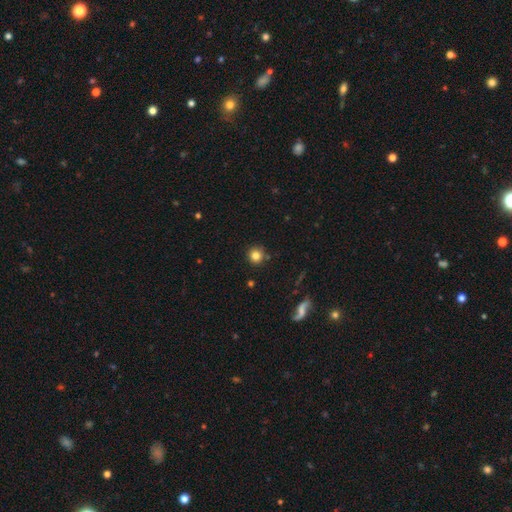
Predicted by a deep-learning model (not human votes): A smooth galaxy with no disk features (81%) that is round (94%). Merging: none (86%).